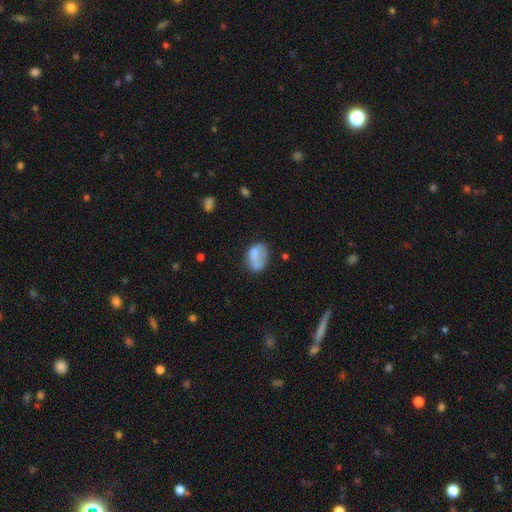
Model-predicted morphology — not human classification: Smooth or featured?
  - smooth: 72% *
  - featured or disk: 19%
  - star or artifact: 9%
How rounded?
  - in between: 80% *
  - round: 19%
  - cigar-shaped: 1%
Merging?
  - none: 44% *
  - minor disturbance: 28%
  - major disturbance: 15%
  - merger: 13%